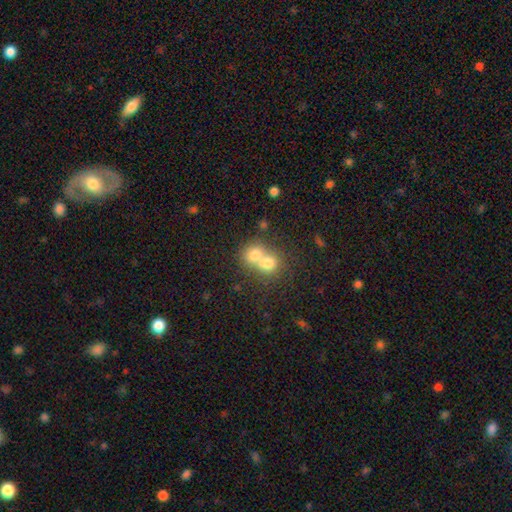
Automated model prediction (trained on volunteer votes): Smooth or featured? Predicted: smooth (p=0.69). How rounded? Predicted: round (p=0.67). Merging? Predicted: merger (p=0.71).